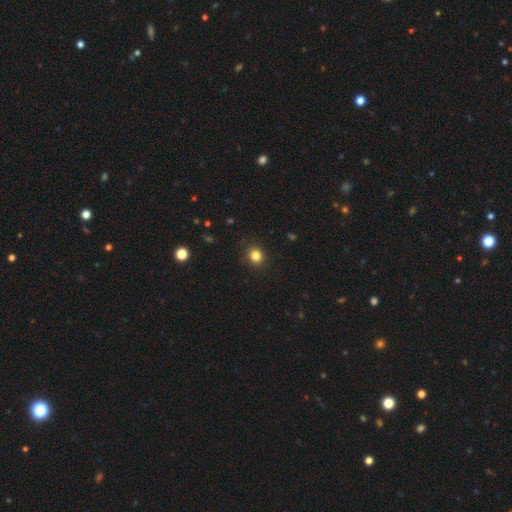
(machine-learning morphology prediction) This is clearly a smooth galaxy (83%). How rounded: clearly round (83%). Merging: clearly none (90%).